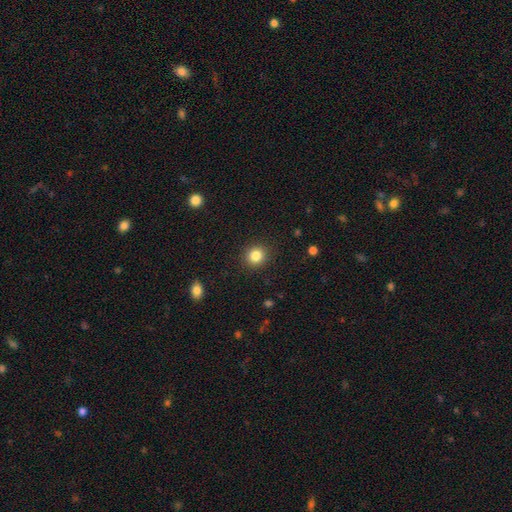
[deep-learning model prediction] smooth_or_featured: smooth (p=0.84) [alt: star or artifact p=0.11]
how_rounded: round (p=0.88) [alt: in between p=0.11]
merging: none (p=0.91) [alt: minor disturbance p=0.06]